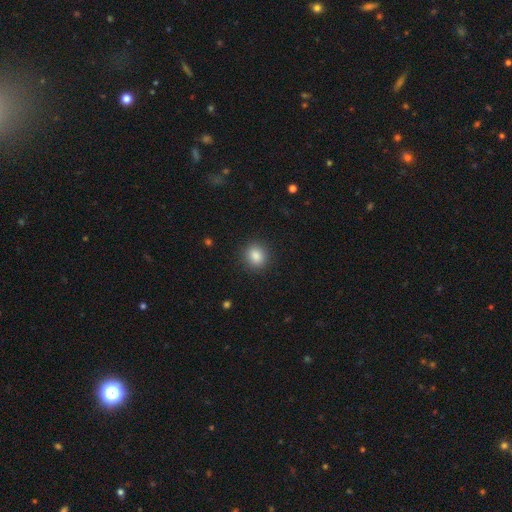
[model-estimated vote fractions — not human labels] This is clearly a smooth galaxy (86%). How rounded: likely round (76%). Merging: clearly none (90%).